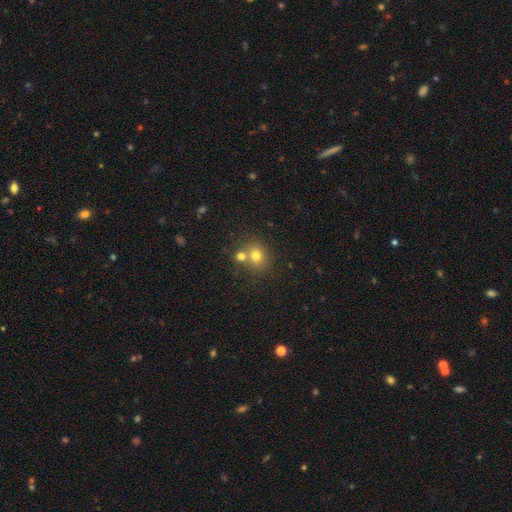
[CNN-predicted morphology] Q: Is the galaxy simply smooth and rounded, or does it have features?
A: smooth — 73%.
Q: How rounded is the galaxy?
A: round — 75%.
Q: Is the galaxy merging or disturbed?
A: none — 53%.